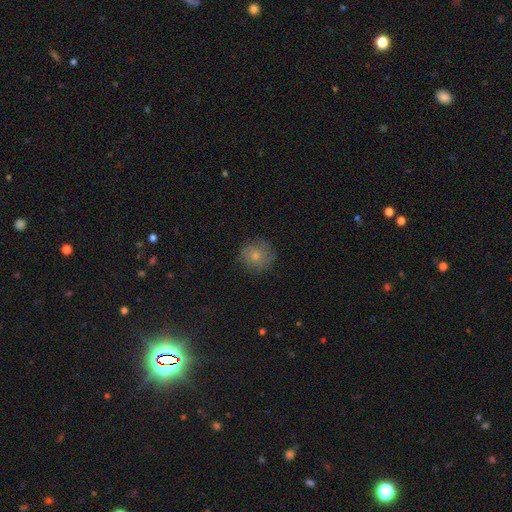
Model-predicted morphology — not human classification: Smooth or featured? Predicted: smooth (p=0.77). How rounded? Predicted: round (p=0.91). Merging? Predicted: none (p=0.79).